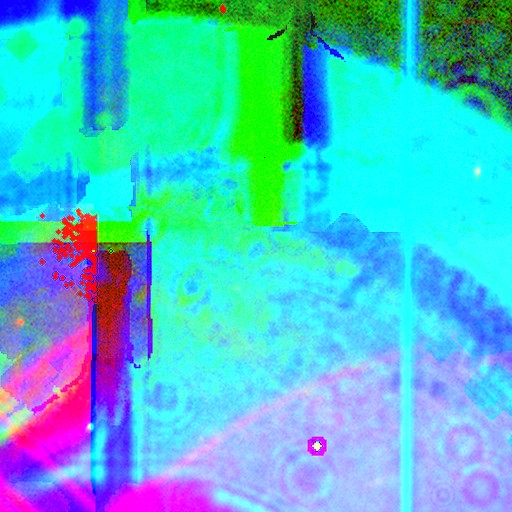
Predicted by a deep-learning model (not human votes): Q: Smooth or featured?
A: star or artifact (85%); runner-up: featured or disk (8%)